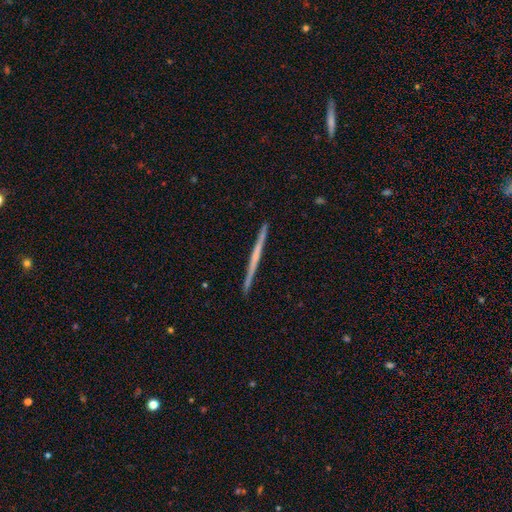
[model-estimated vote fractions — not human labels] Q: Smooth or featured?
A: featured or disk (63%); runner-up: smooth (31%)
Q: Edge-on disk?
A: yes (98%); runner-up: no (2%)
Q: Edge-on bulge?
A: none (83%); runner-up: rounded (13%)
Q: Merging?
A: none (93%); runner-up: minor disturbance (5%)